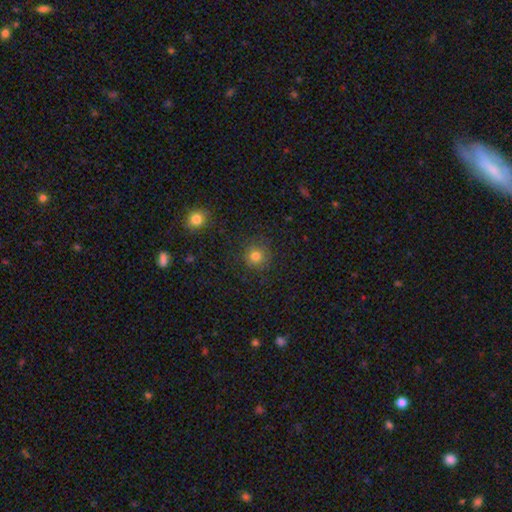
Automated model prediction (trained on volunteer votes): This is likely a smooth galaxy (77%). How rounded: clearly round (93%). Merging: clearly none (84%).